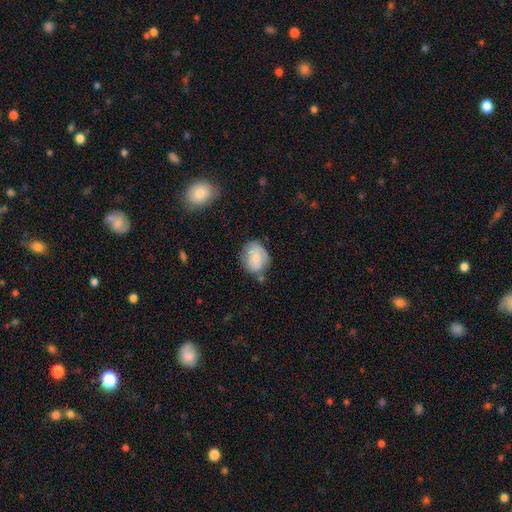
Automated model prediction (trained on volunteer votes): Morphology: type=smooth (71%); roundness=in between (51%); merging=none (59%).